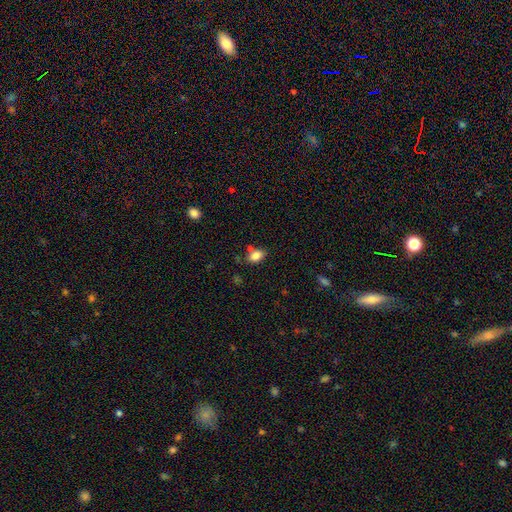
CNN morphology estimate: smooth_or_featured: smooth (p=0.84) [alt: star or artifact p=0.09]
how_rounded: in between (p=0.85) [alt: round p=0.14]
merging: none (p=0.72) [alt: minor disturbance p=0.13]